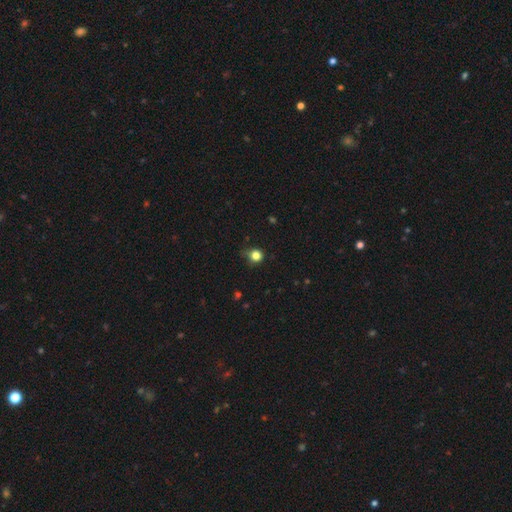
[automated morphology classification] smooth 81%, star or artifact 13%, featured or disk 6%. Down the decision tree: how rounded — round (85%); merging — none (65%).